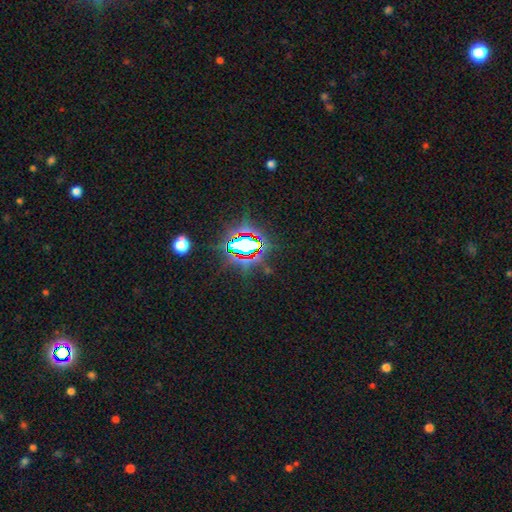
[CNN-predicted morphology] star or artifact 84%, smooth 9%, featured or disk 7%.